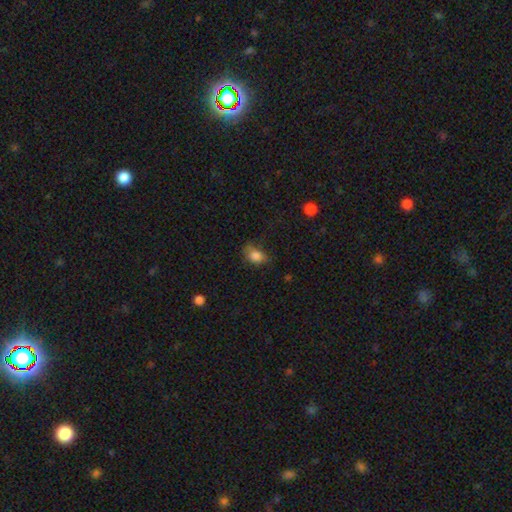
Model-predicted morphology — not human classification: Overall: smooth (82%). How rounded: in between (70%). Merging: none (48%; minor disturbance 34%).